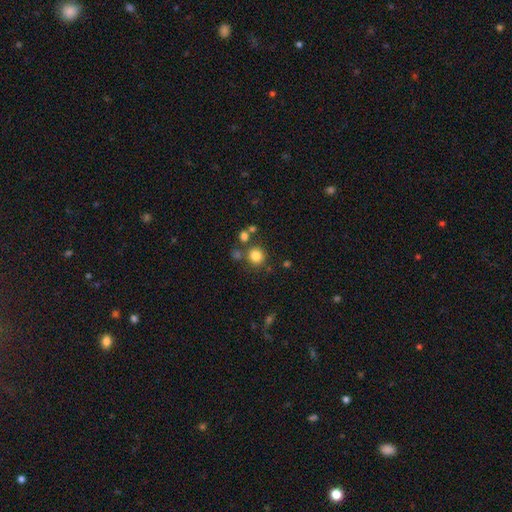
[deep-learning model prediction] This appears to be a smooth galaxy with no disk features (81%) that is round (91%). Merging: none (76%).